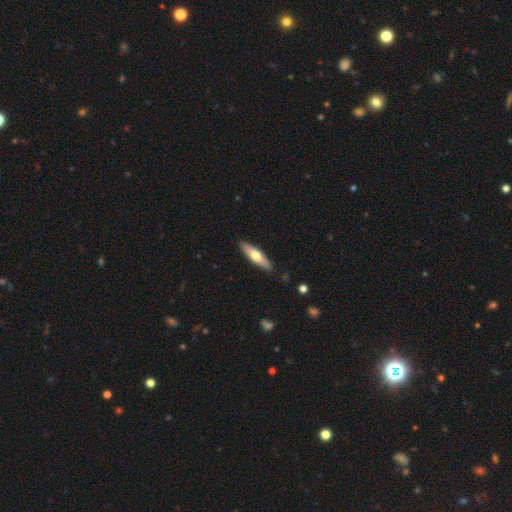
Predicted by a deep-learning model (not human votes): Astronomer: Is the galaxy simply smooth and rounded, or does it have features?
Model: smooth — 57% (runner-up: featured or disk, 38%).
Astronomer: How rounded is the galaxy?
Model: cigar-shaped — 66%.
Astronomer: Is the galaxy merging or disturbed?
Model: none — 89%.